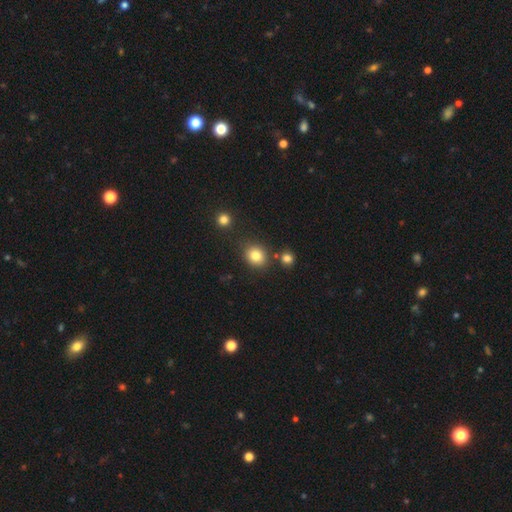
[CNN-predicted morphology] smooth_or_featured: smooth (p=0.82) [alt: star or artifact p=0.11]
how_rounded: round (p=0.70) [alt: in between p=0.29]
merging: none (p=0.80) [alt: minor disturbance p=0.10]